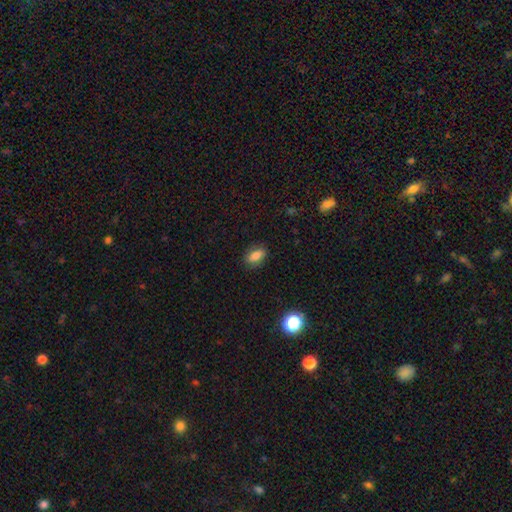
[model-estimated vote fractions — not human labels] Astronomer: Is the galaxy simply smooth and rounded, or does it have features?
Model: smooth — 79%.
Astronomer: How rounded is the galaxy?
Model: in between — 82%.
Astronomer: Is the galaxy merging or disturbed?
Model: none — 85%.